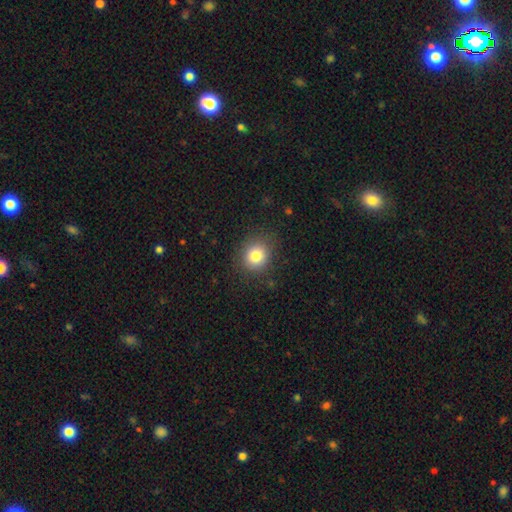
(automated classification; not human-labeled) This is clearly a smooth galaxy (81%). How rounded: clearly round (81%). Merging: clearly none (86%).